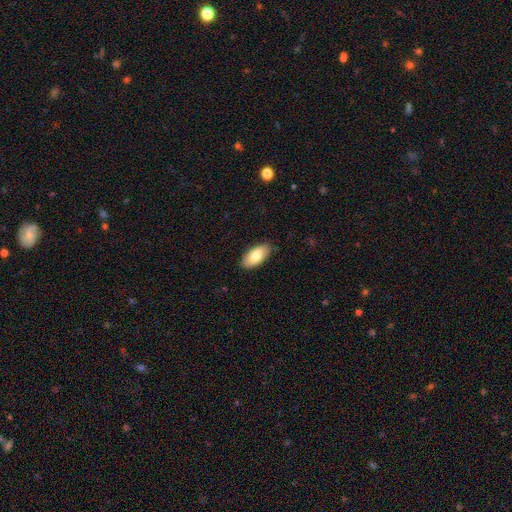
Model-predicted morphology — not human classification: This is likely a smooth galaxy (79%). How rounded: clearly in between (92%). Merging: clearly none (85%).